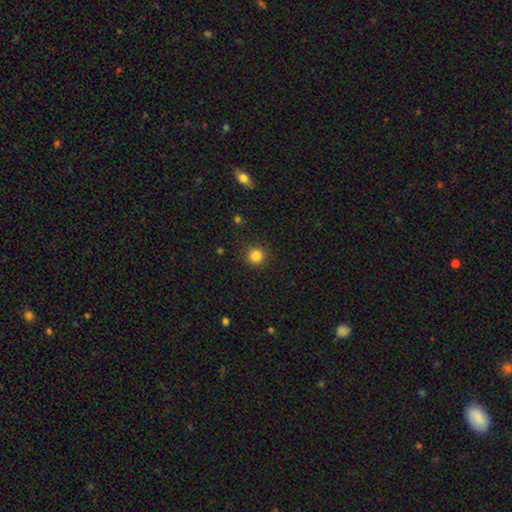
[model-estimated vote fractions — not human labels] A smooth galaxy with no disk features (84%) that is round (93%).

Vote fractions:
- Smooth or featured? smooth: 84% / star or artifact: 12% / featured or disk: 4%
- How rounded? round: 93% / in between: 6% / cigar-shaped: 1%
- Merging? none: 90% / minor disturbance: 6% / major disturbance: 2% / merger: 1%